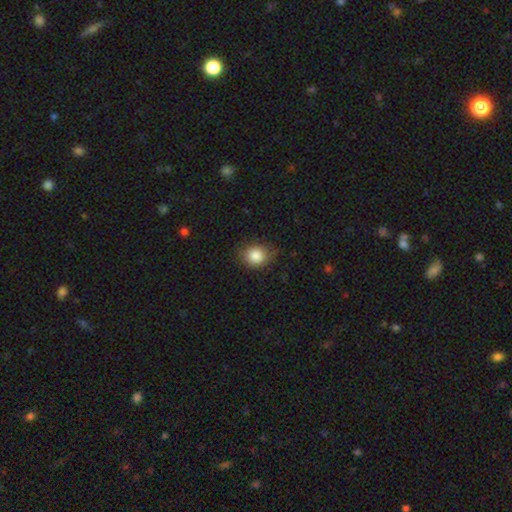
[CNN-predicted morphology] smooth_or_featured: smooth (p=0.85) [alt: star or artifact p=0.09]
how_rounded: round (p=0.67) [alt: in between p=0.32]
merging: none (p=0.74) [alt: minor disturbance p=0.21]